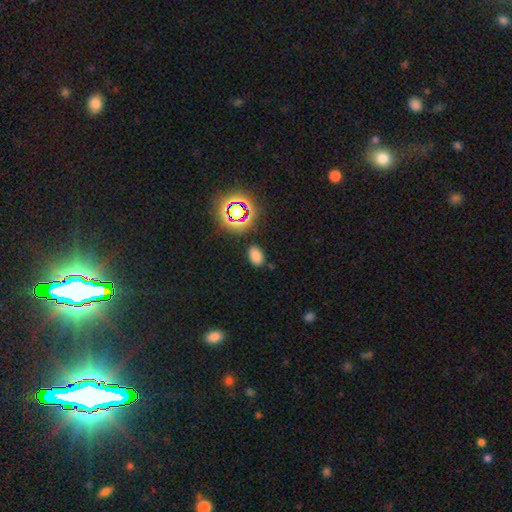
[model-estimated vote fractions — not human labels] smooth-or-featured: smooth: 72% | star or artifact: 22% | featured or disk: 6%
  how-rounded: in between: 87% | round: 11% | cigar-shaped: 1%
  merging: none: 84% | minor disturbance: 11% | major disturbance: 3% | merger: 2%